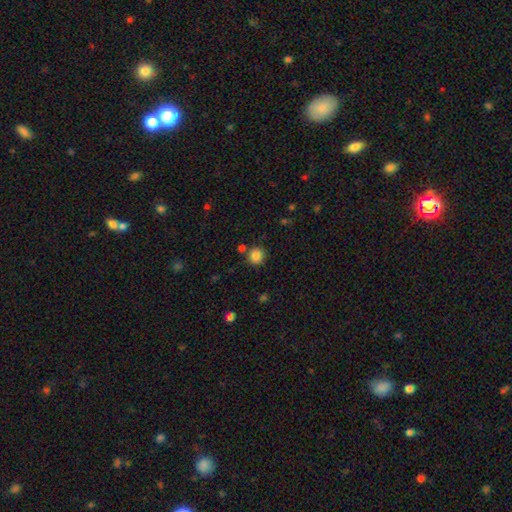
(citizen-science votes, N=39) This is clearly a smooth galaxy (85%). How rounded: clearly round (100%). Merging: clearly none (81%).